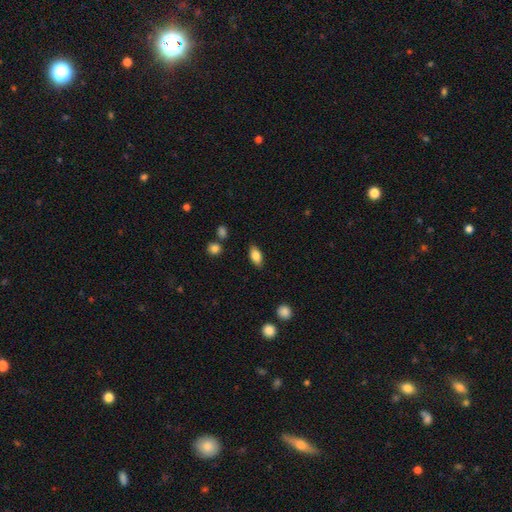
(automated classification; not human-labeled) This is clearly a smooth galaxy (83%). How rounded: clearly in between (89%). Merging: clearly none (86%).